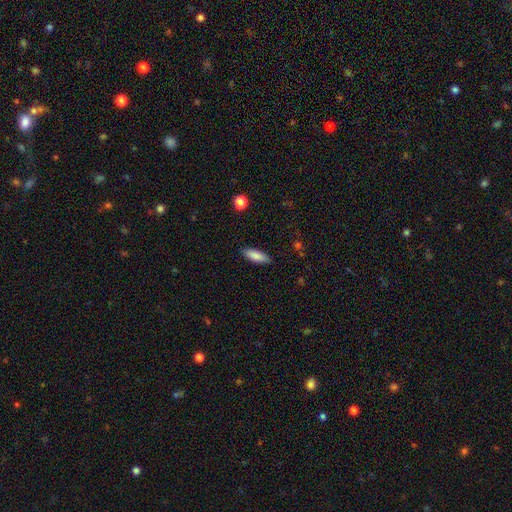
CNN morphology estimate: This is clearly a smooth galaxy (85%). How rounded: likely in between (64%). Merging: clearly none (87%).